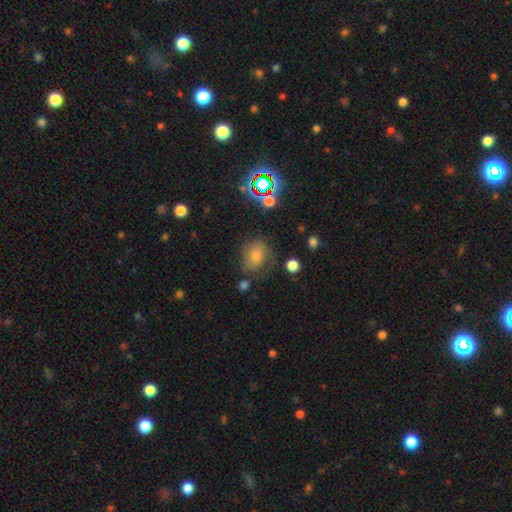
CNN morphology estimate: smooth 50%, star or artifact 25%, featured or disk 24%. Down the decision tree: how rounded — round (53%); merging — none (61%).